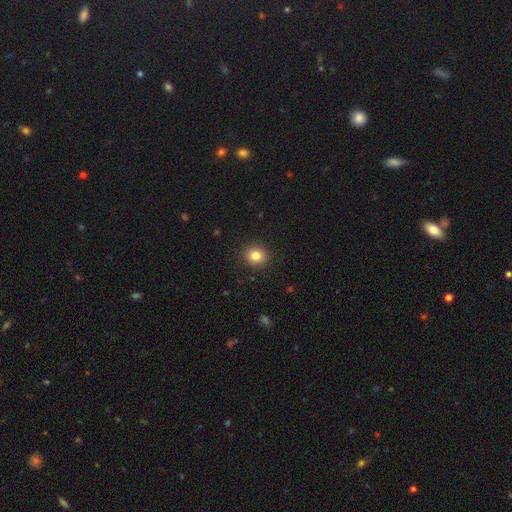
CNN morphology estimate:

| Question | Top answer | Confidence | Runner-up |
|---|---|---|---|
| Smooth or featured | smooth | 83% | star or artifact (11%) |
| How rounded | round | 85% | in between (14%) |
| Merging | none | 91% | minor disturbance (6%) |